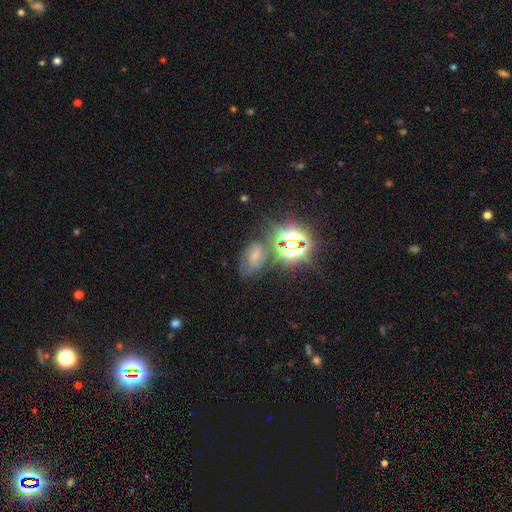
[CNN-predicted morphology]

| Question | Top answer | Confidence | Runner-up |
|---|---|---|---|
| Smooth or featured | star or artifact | 41% | featured or disk (30%) |